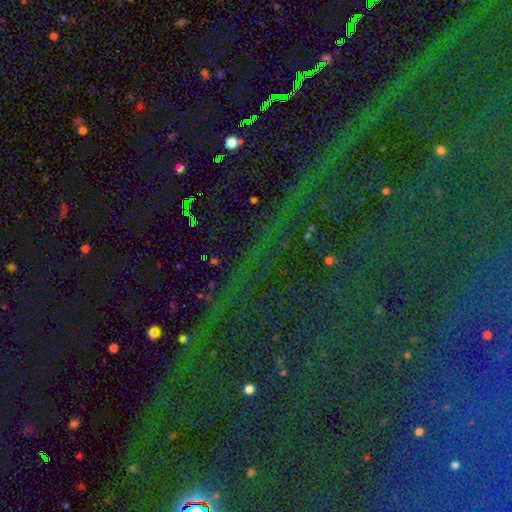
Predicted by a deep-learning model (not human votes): A star or artifact, not a galaxy (84%).

Vote fractions:
- Smooth or featured? star or artifact: 84% / smooth: 8% / featured or disk: 8%